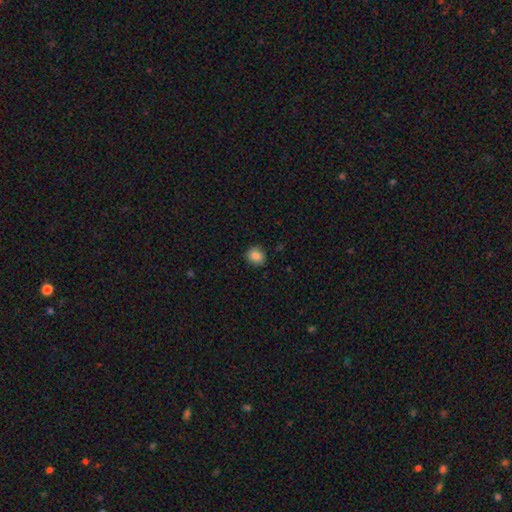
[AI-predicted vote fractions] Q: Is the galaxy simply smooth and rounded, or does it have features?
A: smooth — 86%.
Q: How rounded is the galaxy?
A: round — 73%.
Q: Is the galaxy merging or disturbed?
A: none — 89%.